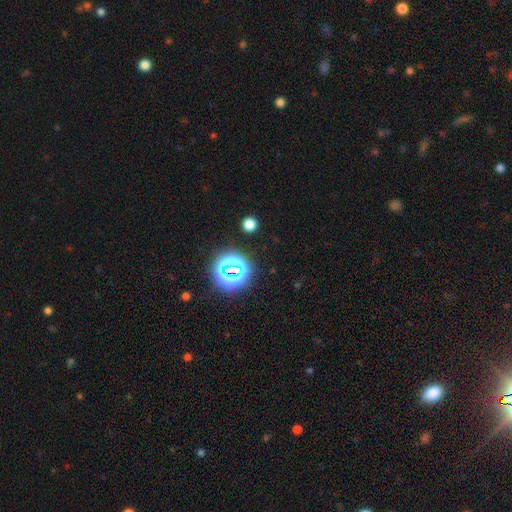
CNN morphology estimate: This is likely a star or artifact rather than a galaxy (77%).